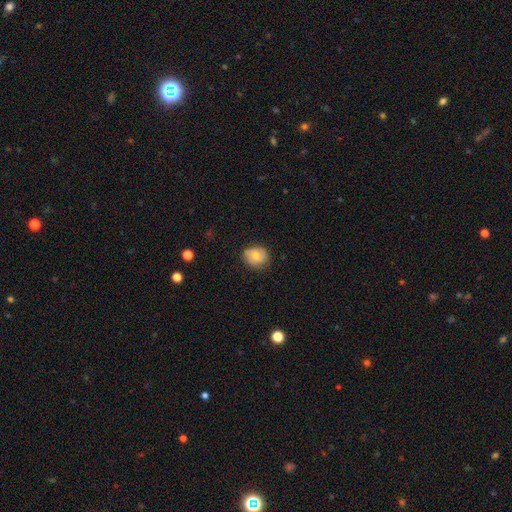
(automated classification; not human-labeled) smooth 71%, featured or disk 21%, star or artifact 8%. Down the decision tree: how rounded — round (69%); merging — none (76%).